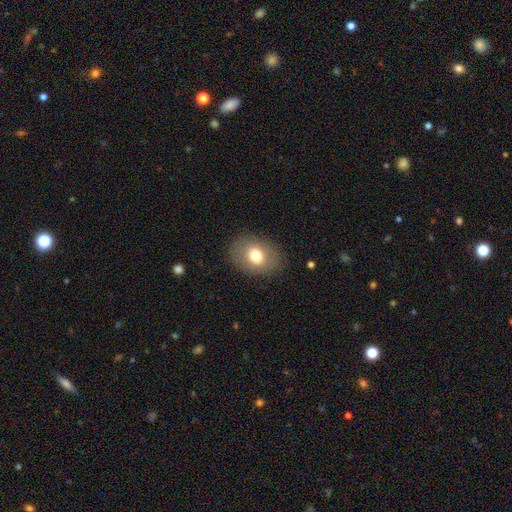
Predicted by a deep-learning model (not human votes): A smooth galaxy with no disk features (73%) that is in between round and cigar-shaped (63%). Merging: none (86%).